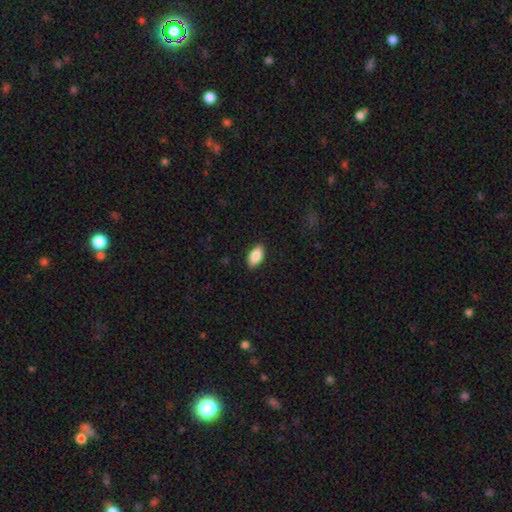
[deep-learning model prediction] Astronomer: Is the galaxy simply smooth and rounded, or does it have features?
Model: smooth — 86%.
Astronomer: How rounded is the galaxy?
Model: in between — 92%.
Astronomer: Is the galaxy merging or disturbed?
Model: none — 88%.